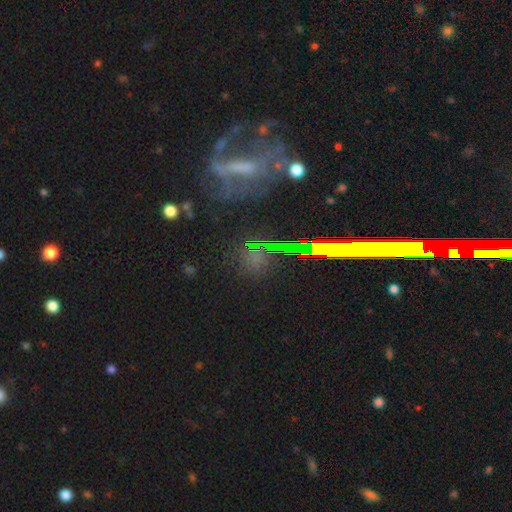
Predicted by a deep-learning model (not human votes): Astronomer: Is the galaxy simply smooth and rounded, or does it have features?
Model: star or artifact — 55%.